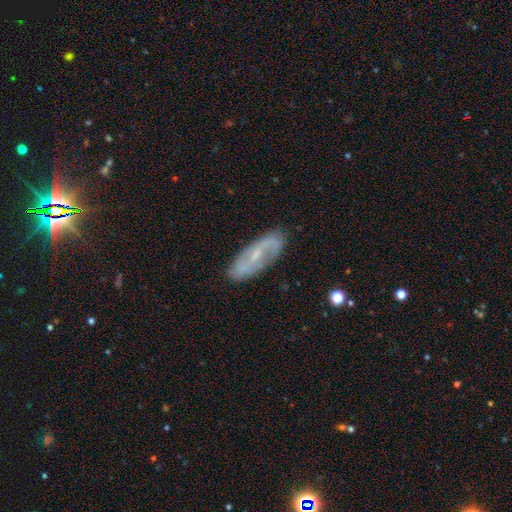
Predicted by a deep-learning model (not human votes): smooth-or-featured: featured or disk: 66% | smooth: 26% | star or artifact: 8%
  disk-edge-on: no: 85% | yes: 15%
    bar: no: 42% (tied) | weak: 42% (tied) | strong: 16%
    has-spiral-arms: yes: 79% | no: 21%
    bulge-size: small: 68% | moderate: 22% | none: 8% | large: 1% | dominant: 1%
  merging: none: 81% | minor disturbance: 14% | major disturbance: 4% | merger: 2%